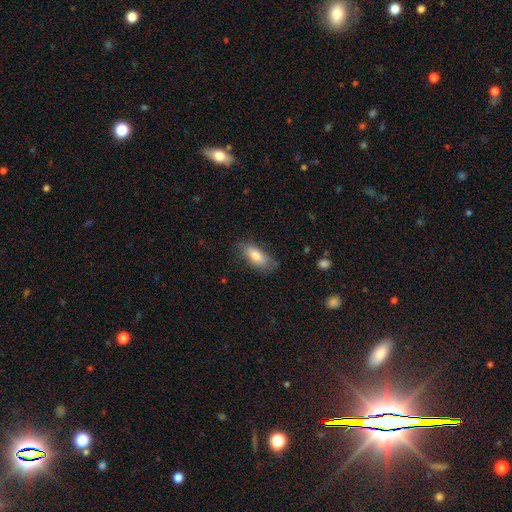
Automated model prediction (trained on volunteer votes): This is likely a smooth galaxy (79%). How rounded: clearly in between (81%). Merging: likely none (73%).